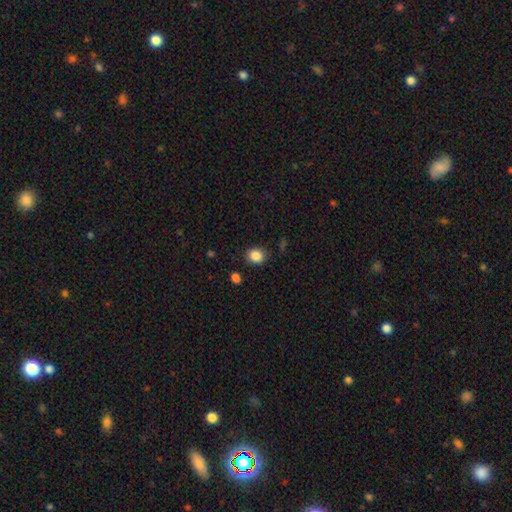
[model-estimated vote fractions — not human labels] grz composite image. It shows a smooth galaxy with no disk features (86%) that is round (61%). Merging: none (84%).